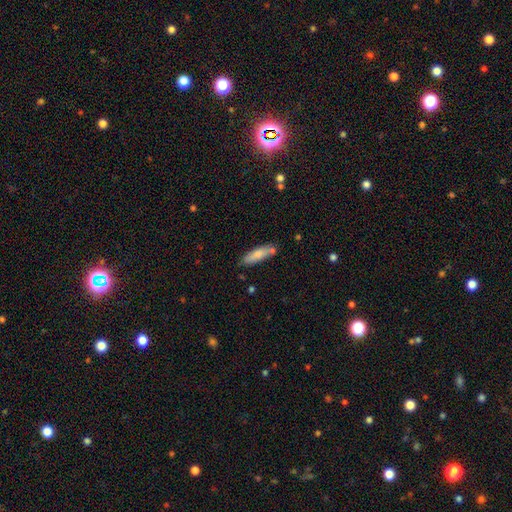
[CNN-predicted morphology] Smooth or featured? Predicted: smooth (p=0.70). How rounded? Predicted: cigar-shaped (p=0.71). Merging? Predicted: none (p=0.75).